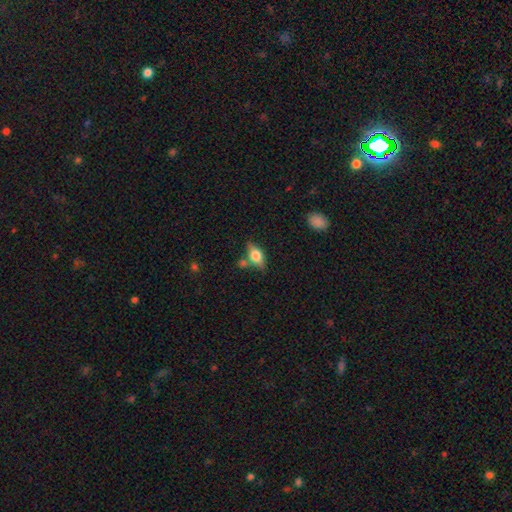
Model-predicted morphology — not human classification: smooth 62%, featured or disk 30%, star or artifact 8%. Down the decision tree: how rounded — in between (80%); merging — none (64%).